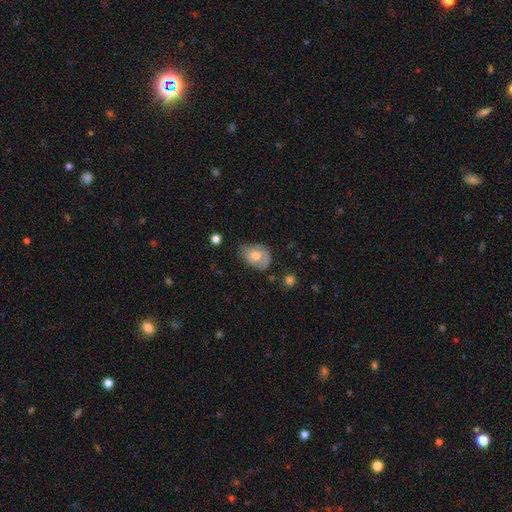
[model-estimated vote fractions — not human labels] Overall: smooth (49%; featured or disk 43%). Merging: none (50%; minor disturbance 33%).